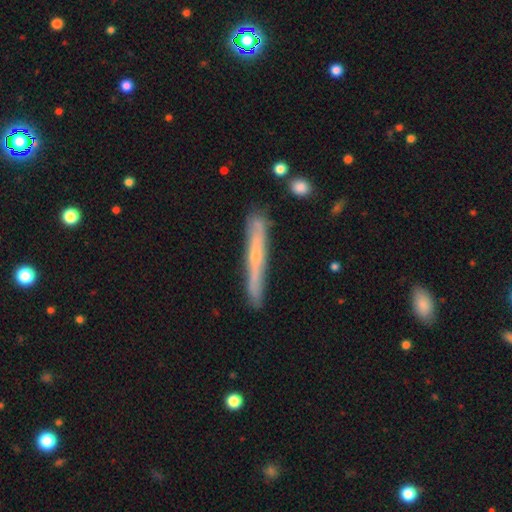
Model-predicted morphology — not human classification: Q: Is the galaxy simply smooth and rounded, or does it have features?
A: featured or disk — 58%.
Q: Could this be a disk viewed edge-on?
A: yes — 92%.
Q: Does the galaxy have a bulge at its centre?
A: rounded — 53%.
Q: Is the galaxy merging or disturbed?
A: none — 83%.